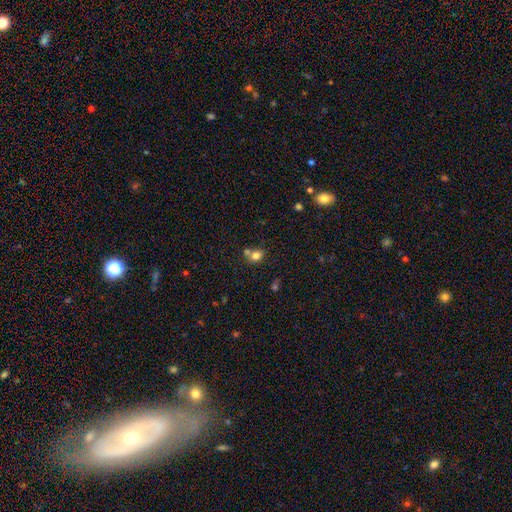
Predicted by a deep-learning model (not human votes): Smooth or featured: smooth — 78% (star or artifact — 12%)
How rounded: in between — 51% (round — 47%)
Merging: none — 49% (merger — 36%)